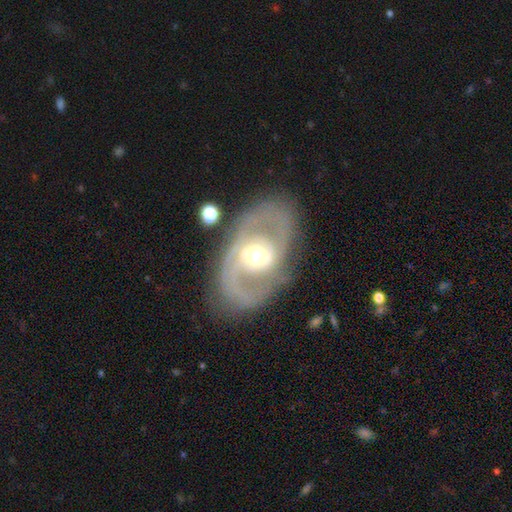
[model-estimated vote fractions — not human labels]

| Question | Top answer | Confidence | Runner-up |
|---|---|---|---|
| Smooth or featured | featured or disk | 85% | smooth (10%) |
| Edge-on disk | no | 95% | yes (5%) |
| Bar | weak | 44% | strong (28%) |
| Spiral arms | yes | 86% | no (14%) |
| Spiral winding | medium | 46% | tight (36%) |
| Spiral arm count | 2 | 77% | can't tell (11%) |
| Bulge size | moderate | 65% | small (21%) |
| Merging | none | 75% | minor disturbance (14%) |